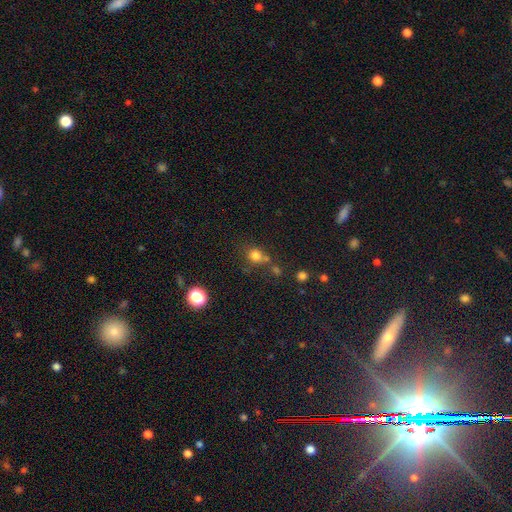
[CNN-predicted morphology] Overall: smooth (76%). How rounded: round (79%). Merging: none (54%; merger 24%).